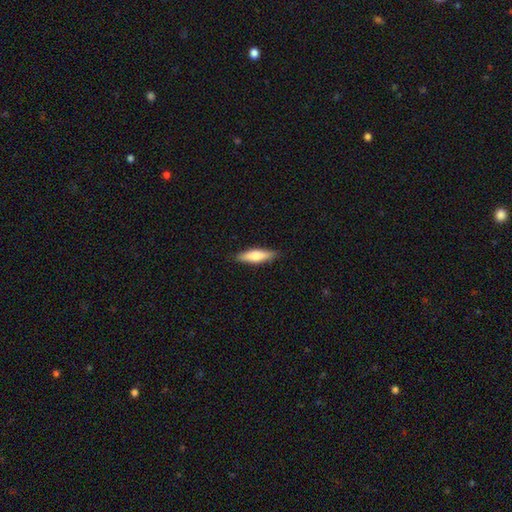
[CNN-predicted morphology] smooth-or-featured: smooth: 69% | featured or disk: 25% | star or artifact: 6%
  how-rounded: cigar-shaped: 60% | in between: 38% | round: 2%
  merging: none: 87% | minor disturbance: 10% | major disturbance: 2% | merger: 1%